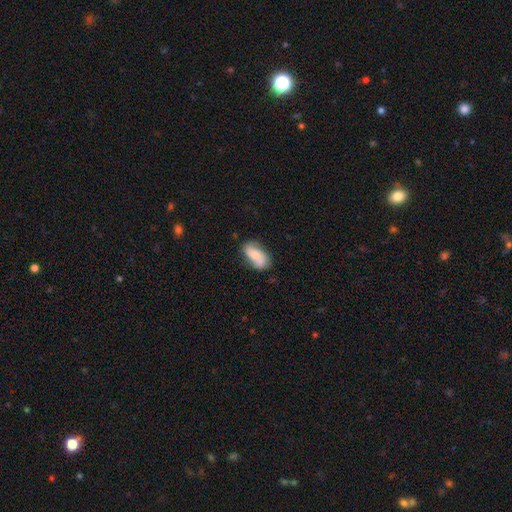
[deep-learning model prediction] smooth 63%, featured or disk 30%, star or artifact 7%. Down the decision tree: how rounded — in between (92%); merging — none (60%).